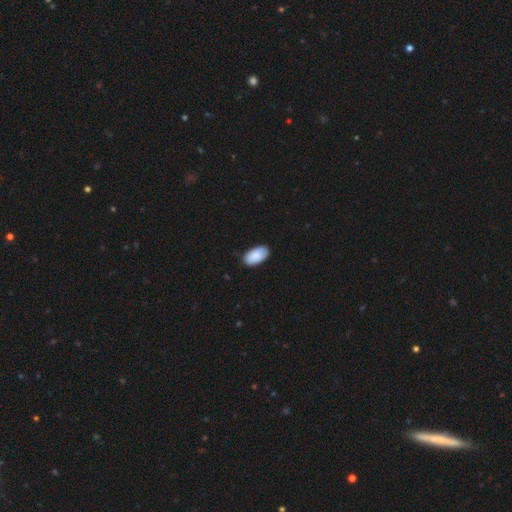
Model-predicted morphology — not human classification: A smooth galaxy with no disk features (89%) that is in between round and cigar-shaped (96%). Merging: none (83%).